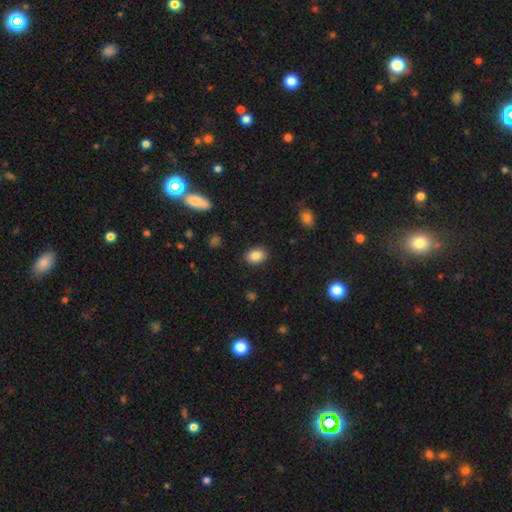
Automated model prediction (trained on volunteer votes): The model was most divided on "how rounded": in between: 72%, round: 27%, cigar-shaped: 1%. More confident: merging — none (88%); smooth or featured — smooth (87%).